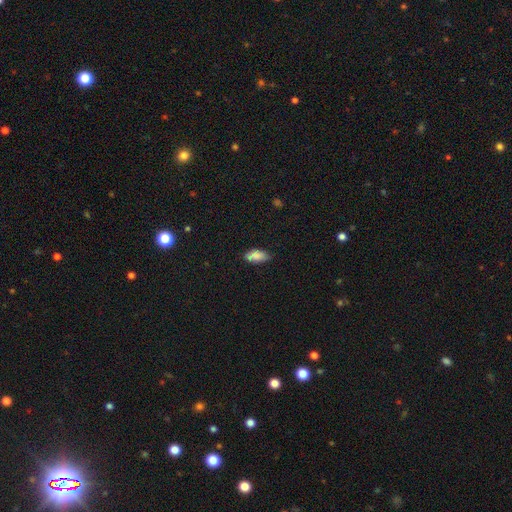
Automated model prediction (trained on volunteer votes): This is clearly a smooth galaxy (82%). How rounded: clearly in between (86%). Merging: likely none (65%).